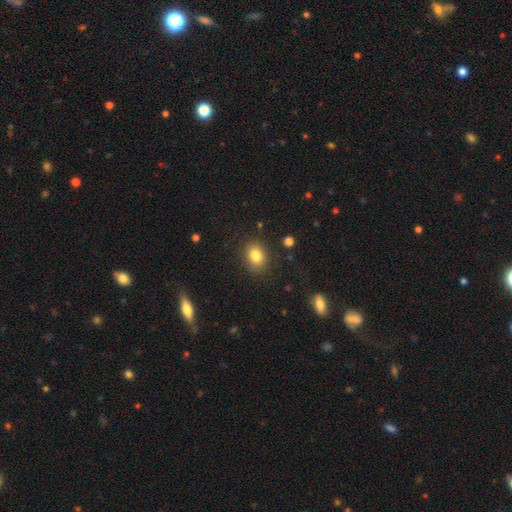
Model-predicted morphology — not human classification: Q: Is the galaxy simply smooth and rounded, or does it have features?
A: smooth — 82%.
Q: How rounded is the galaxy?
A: in between — 61%.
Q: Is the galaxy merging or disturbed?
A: none — 85%.